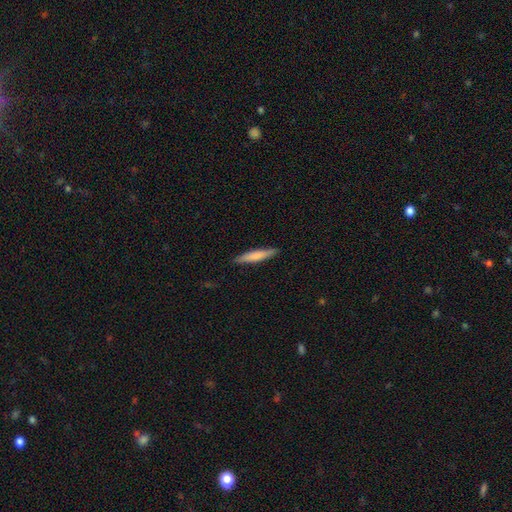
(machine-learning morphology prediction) The model was most divided on "smooth or featured": smooth: 73%, featured or disk: 22%, star or artifact: 5%. More confident: how rounded — cigar-shaped (91%); merging — none (90%).